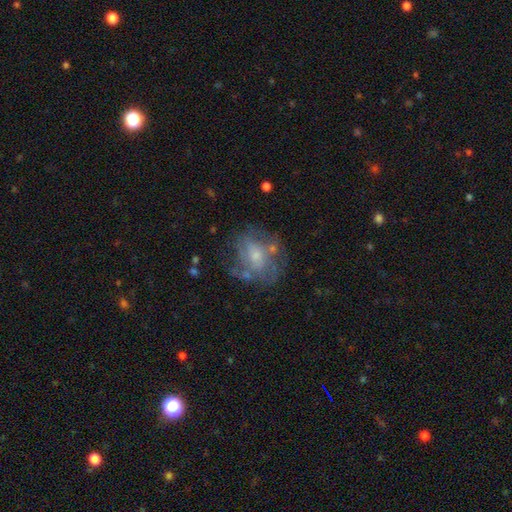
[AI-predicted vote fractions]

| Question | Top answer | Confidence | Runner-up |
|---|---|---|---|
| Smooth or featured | featured or disk | 59% | smooth (31%) |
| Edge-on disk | no | 97% | yes (3%) |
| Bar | no | 73% | weak (23%) |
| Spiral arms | no | 51% | yes (49%) |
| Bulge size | small | 47% | moderate (40%) |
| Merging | none | 52% | minor disturbance (22%) |